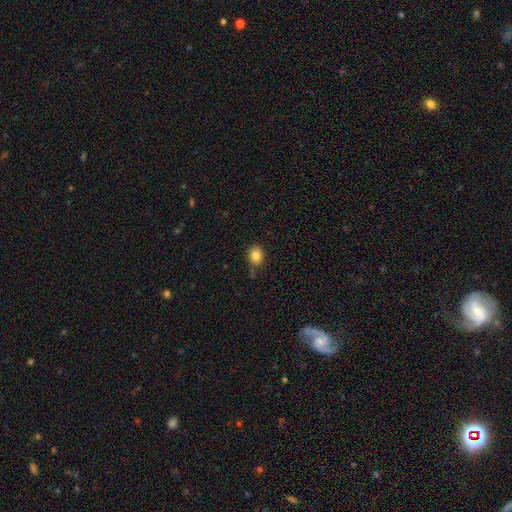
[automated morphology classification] smooth-or-featured: smooth: 84% | star or artifact: 10% | featured or disk: 6%
  how-rounded: round: 56% | in between: 43% | cigar-shaped: 1%
  merging: none: 76% | minor disturbance: 17% | merger: 5% | major disturbance: 3%